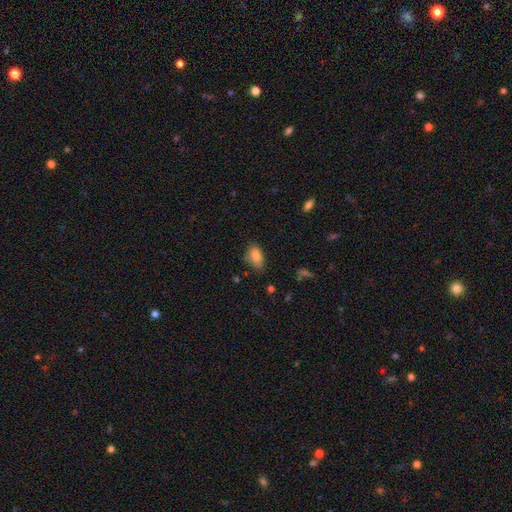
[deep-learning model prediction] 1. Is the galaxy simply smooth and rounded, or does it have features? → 82% smooth, 9% featured or disk, 8% star or artifact.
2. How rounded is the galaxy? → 89% in between, 8% round, 3% cigar-shaped.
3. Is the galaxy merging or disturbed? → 65% none, 28% minor disturbance, 5% major disturbance, 2% merger.